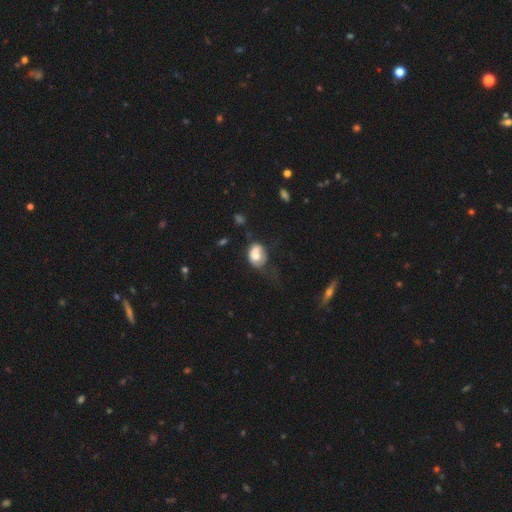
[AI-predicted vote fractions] A smooth galaxy with no disk features (67%) that is in between round and cigar-shaped (69%).

Vote fractions:
- Smooth or featured? smooth: 67% / featured or disk: 25% / star or artifact: 8%
- How rounded? in between: 69% / round: 29% / cigar-shaped: 1%
- Merging? minor disturbance: 32% (tied) / none: 32% (tied) / major disturbance: 28% / merger: 9%